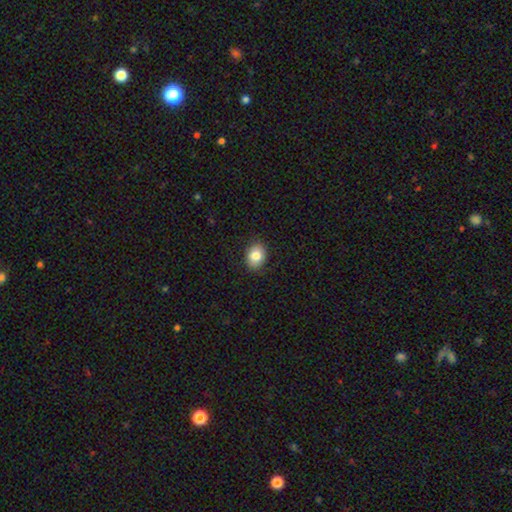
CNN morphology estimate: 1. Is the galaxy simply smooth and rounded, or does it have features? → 83% smooth, 8% star or artifact, 8% featured or disk.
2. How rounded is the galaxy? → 60% in between, 39% round, 1% cigar-shaped.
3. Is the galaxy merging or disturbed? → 89% none, 9% minor disturbance, 2% major disturbance, 1% merger.